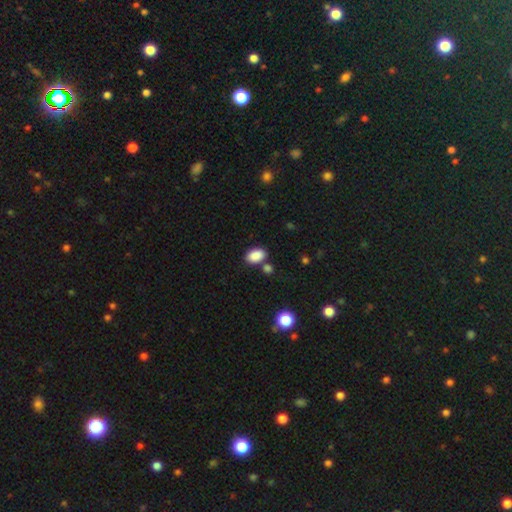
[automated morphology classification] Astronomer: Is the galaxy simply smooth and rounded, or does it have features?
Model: smooth — 88%.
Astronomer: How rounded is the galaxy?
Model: in between — 89%.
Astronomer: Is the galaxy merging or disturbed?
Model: none — 74%.